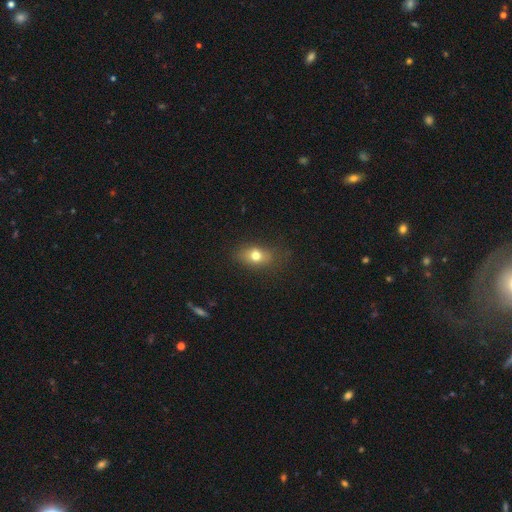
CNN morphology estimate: Q: Smooth or featured?
A: smooth (73%); runner-up: featured or disk (15%)
Q: How rounded?
A: in between (73%); runner-up: round (24%)
Q: Merging?
A: none (70%); runner-up: minor disturbance (20%)